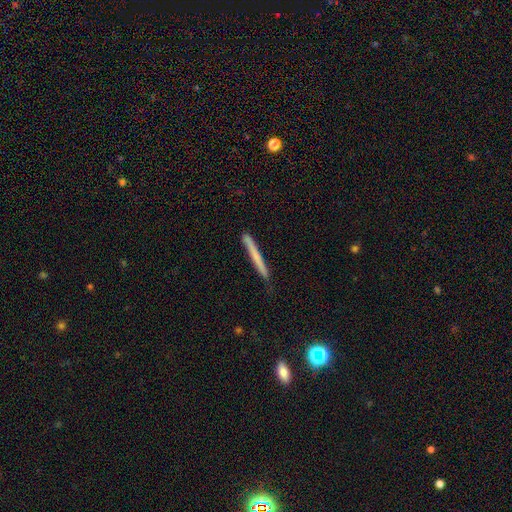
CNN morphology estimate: Smooth or featured?
  - smooth: 59% *
  - featured or disk: 34%
  - star or artifact: 6%
How rounded?
  - cigar-shaped: 97% *
  - in between: 2%
  - round: 1%
Merging?
  - none: 85% *
  - minor disturbance: 12%
  - major disturbance: 2%
  - merger: 2%